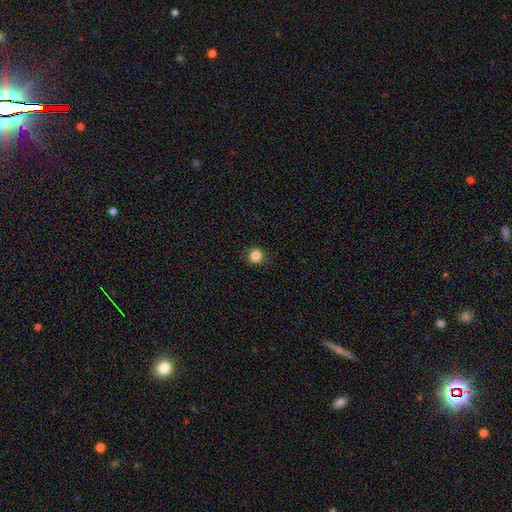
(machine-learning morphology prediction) Smooth or featured? Predicted: smooth (p=0.83). How rounded? Predicted: round (p=0.86). Merging? Predicted: none (p=0.83).